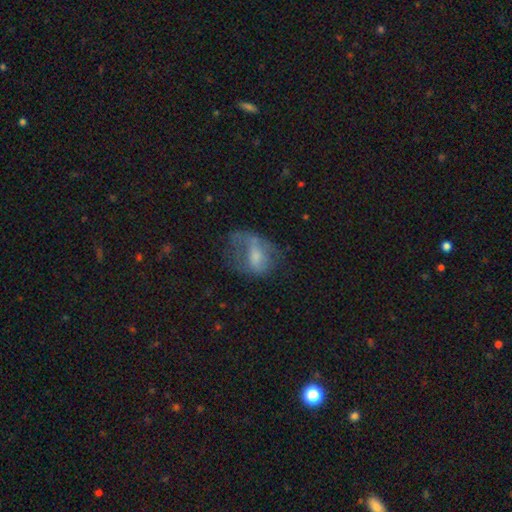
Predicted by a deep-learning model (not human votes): smooth-or-featured: smooth: 47% | featured or disk: 42% | star or artifact: 11%
  merging: major disturbance: 42% | none: 30% | minor disturbance: 24% | merger: 3%